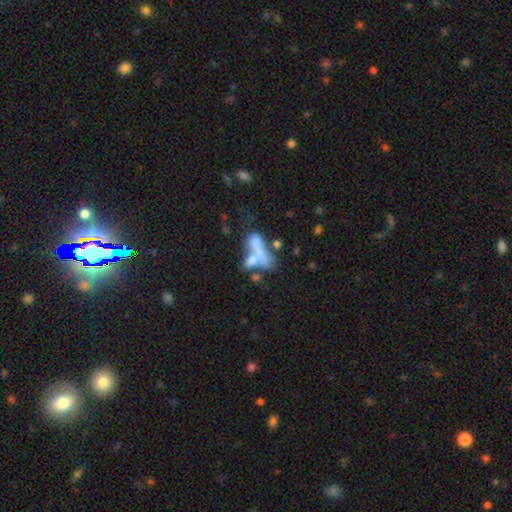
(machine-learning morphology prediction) The model was most divided on "smooth or featured": smooth: 47%, featured or disk: 38%, star or artifact: 14%. More confident: merging — merger (55%).